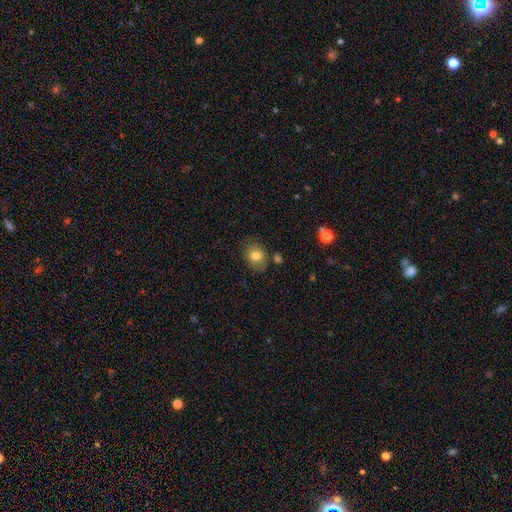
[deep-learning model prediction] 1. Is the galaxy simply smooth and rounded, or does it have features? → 78% smooth, 12% featured or disk, 10% star or artifact.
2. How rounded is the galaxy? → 51% in between, 48% round, 1% cigar-shaped.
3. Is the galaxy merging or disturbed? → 76% none, 16% minor disturbance, 5% merger, 4% major disturbance.